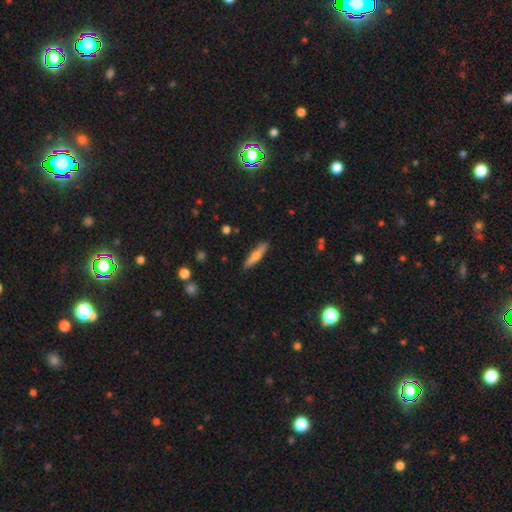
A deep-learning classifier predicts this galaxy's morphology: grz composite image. It shows a smooth galaxy with no disk features (58%) that is cigar-shaped (84%). Merging: none (88%).